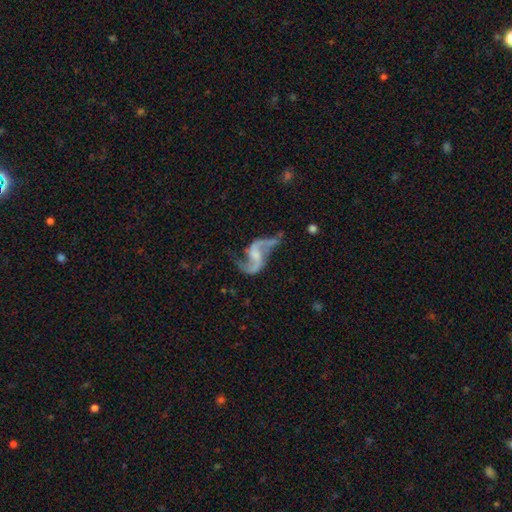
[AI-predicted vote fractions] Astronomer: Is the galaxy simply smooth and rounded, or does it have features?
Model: featured or disk — 90%.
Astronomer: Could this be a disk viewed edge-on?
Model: no — 97%.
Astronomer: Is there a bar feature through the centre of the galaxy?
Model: weak — 45% (runner-up: no, 37%).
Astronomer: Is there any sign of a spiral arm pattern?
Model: yes — 96%.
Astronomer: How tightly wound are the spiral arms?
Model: loose — 79%.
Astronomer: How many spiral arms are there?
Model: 2 — 93%.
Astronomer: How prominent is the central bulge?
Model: small — 38% (runner-up: none, 34%).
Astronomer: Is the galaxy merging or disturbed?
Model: none — 61%.